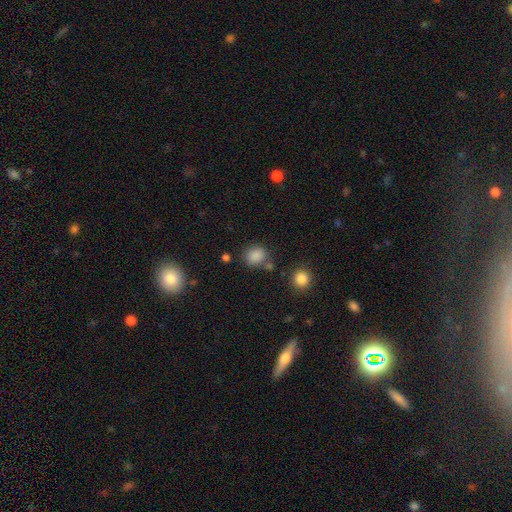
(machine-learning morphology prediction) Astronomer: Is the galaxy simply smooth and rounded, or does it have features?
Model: smooth — 84%.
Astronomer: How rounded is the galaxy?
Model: round — 66%.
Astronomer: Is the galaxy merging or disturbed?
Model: none — 72%.